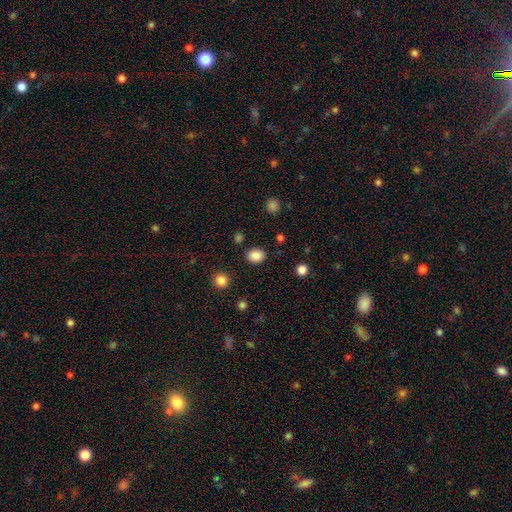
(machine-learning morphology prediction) Smooth or featured? smooth (86%)
How rounded? round (52%)
Merging? none (87%)